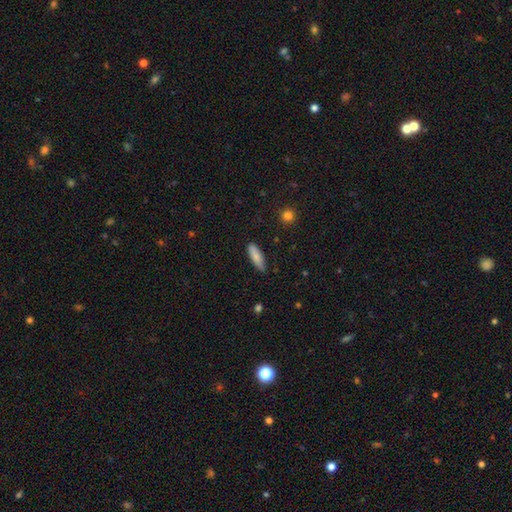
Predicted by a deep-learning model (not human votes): This is clearly a smooth galaxy (83%). How rounded: possibly in between (49%, tied with cigar-shaped). Merging: clearly none (85%).